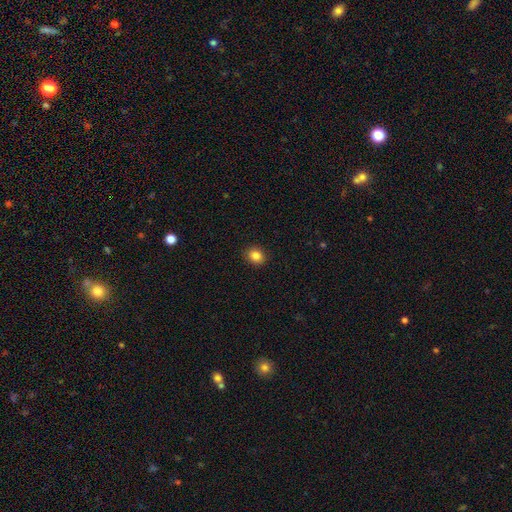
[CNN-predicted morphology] Smooth or featured? Predicted: smooth (p=0.85). How rounded? Predicted: round (p=0.66). Merging? Predicted: none (p=0.91).